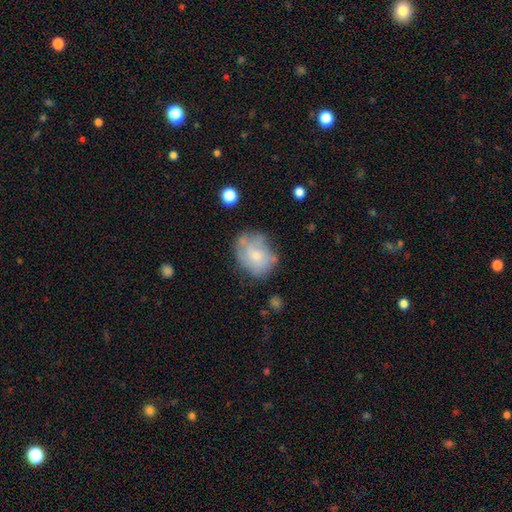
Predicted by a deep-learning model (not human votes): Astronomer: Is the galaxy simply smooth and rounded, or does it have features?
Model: smooth — 51% (runner-up: featured or disk, 40%).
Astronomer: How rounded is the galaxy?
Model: in between — 54% (runner-up: round, 45%).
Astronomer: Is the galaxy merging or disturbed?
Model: none — 50% (runner-up: minor disturbance, 29%).